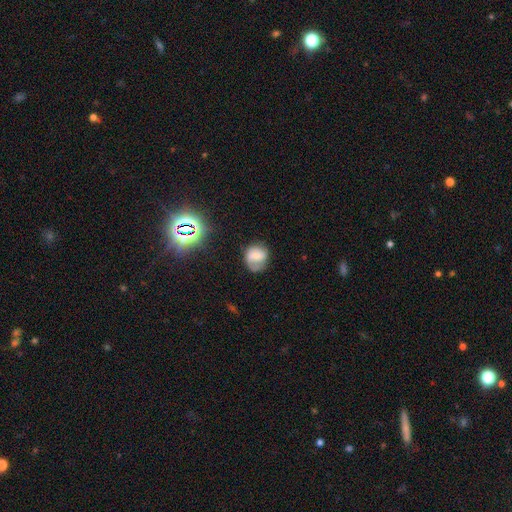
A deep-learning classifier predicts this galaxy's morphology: This appears to be a smooth galaxy with no disk features (55%) that is round (70%). Merging: none (56%).